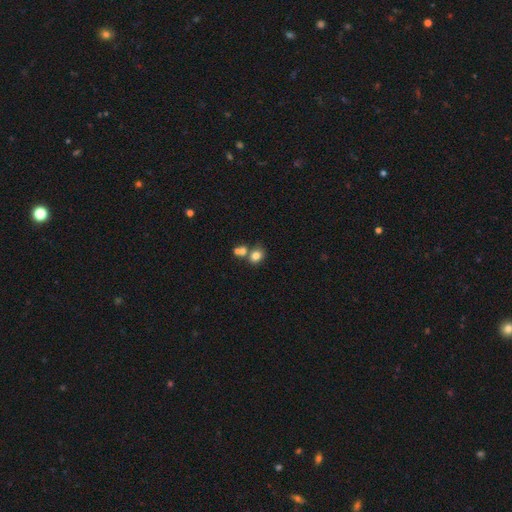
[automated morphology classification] Q: Smooth or featured?
A: smooth (78%); runner-up: star or artifact (12%)
Q: How rounded?
A: round (59%); runner-up: in between (40%)
Q: Merging?
A: none (46%); runner-up: merger (38%)